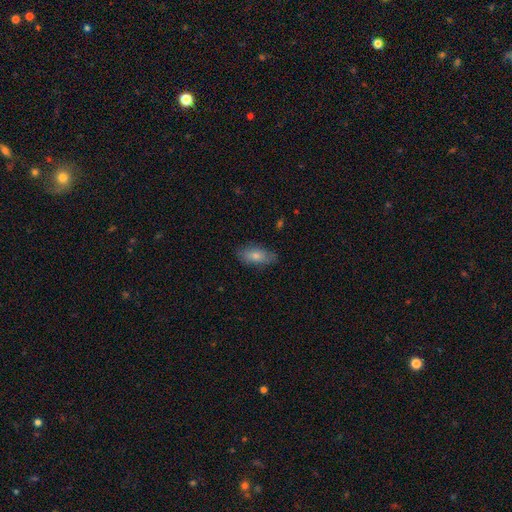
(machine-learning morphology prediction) A smooth galaxy with no disk features (77%) that is in between round and cigar-shaped (85%).

Vote fractions:
- Smooth or featured? smooth: 77% / featured or disk: 17% / star or artifact: 7%
- How rounded? in between: 85% / cigar-shaped: 12% / round: 3%
- Merging? none: 78% / minor disturbance: 17% / major disturbance: 4% / merger: 1%